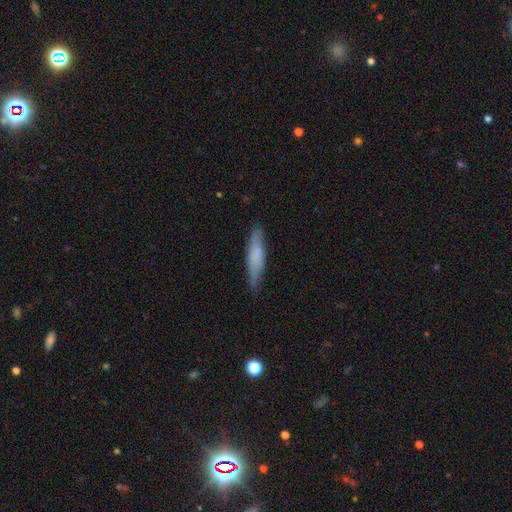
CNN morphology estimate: smooth-or-featured: smooth: 70% | featured or disk: 25% | star or artifact: 6%
  how-rounded: cigar-shaped: 85% | in between: 14% | round: 1%
  merging: none: 82% | minor disturbance: 14% | major disturbance: 2% | merger: 1%